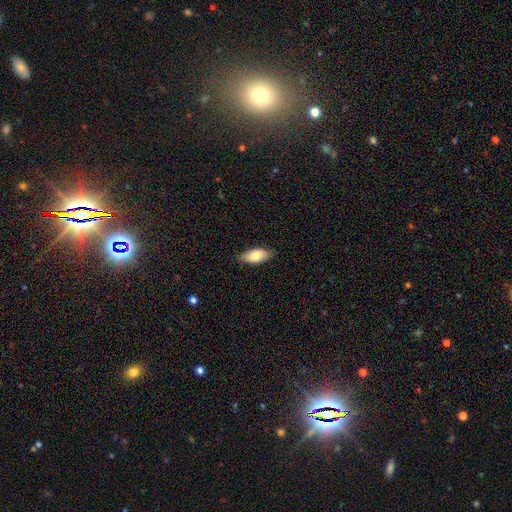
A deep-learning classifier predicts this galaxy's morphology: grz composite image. It shows a smooth galaxy with no disk features (79%) that is in between round and cigar-shaped (89%). Merging: none (85%).